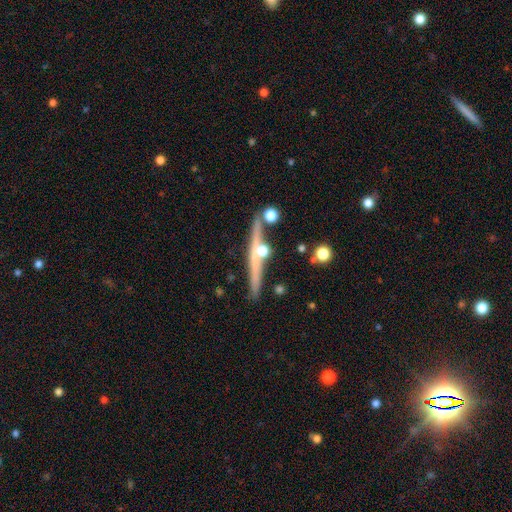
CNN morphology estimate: The model was most divided on "smooth or featured": featured or disk: 78%, smooth: 15%, star or artifact: 7%. More confident: edge-on disk — yes (97%); edge-on bulge — rounded (86%); merging — none (81%).